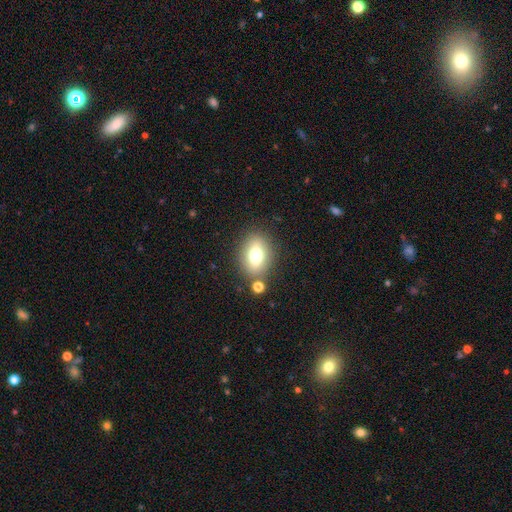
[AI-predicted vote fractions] Morphology: type=smooth (70%); roundness=in between (71%); merging=none (79%).